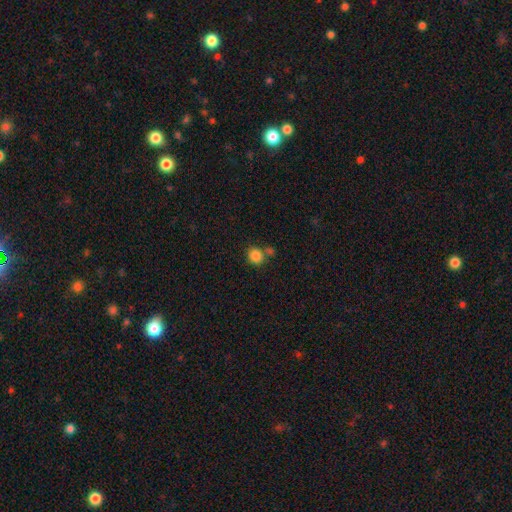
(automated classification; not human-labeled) smooth-or-featured: smooth: 85% | star or artifact: 10% | featured or disk: 4%
  how-rounded: round: 82% | in between: 17% | cigar-shaped: 1%
  merging: none: 66% | merger: 20% | minor disturbance: 10% | major disturbance: 3%